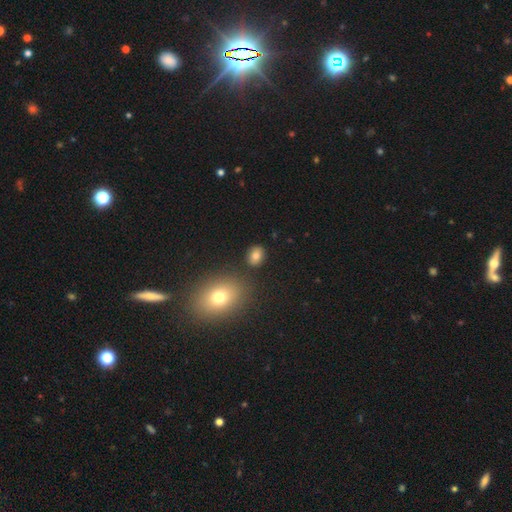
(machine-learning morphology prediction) smooth 79%, star or artifact 12%, featured or disk 9%. Down the decision tree: how rounded — in between (57%); merging — none (84%).